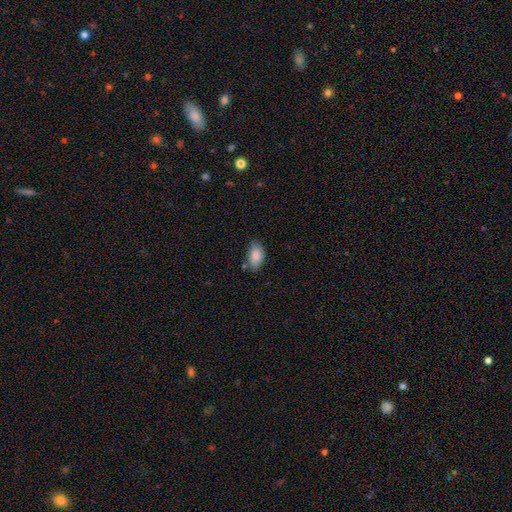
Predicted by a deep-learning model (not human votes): smooth-or-featured: smooth: 86% | featured or disk: 8% | star or artifact: 7%
  how-rounded: in between: 93% | round: 4% | cigar-shaped: 3%
  merging: none: 72% | minor disturbance: 20% | merger: 5% | major disturbance: 4%